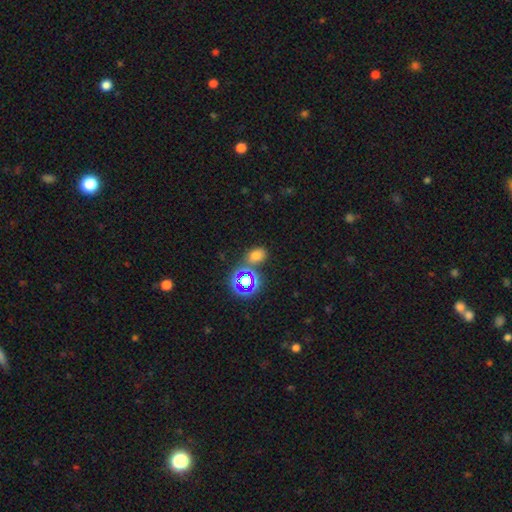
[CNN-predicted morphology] A smooth galaxy with no disk features (62%) that is in between round and cigar-shaped (70%).

Vote fractions:
- Smooth or featured? smooth: 62% / star or artifact: 30% / featured or disk: 8%
- How rounded? in between: 70% / round: 28% / cigar-shaped: 1%
- Merging? none: 69% / merger: 15% / minor disturbance: 12% / major disturbance: 4%